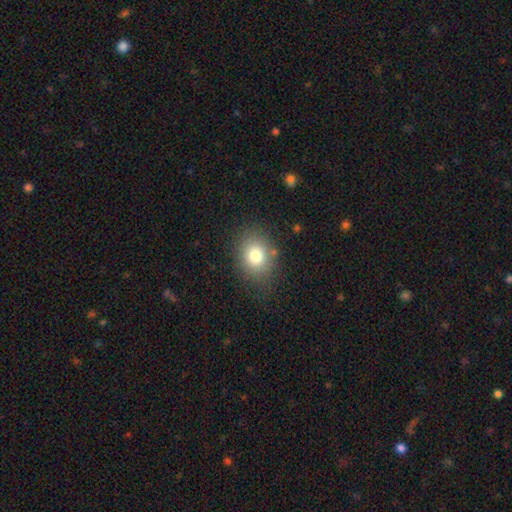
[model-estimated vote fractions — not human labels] Smooth or featured? smooth (78%)
How rounded? in between (51%)
Merging? none (85%)